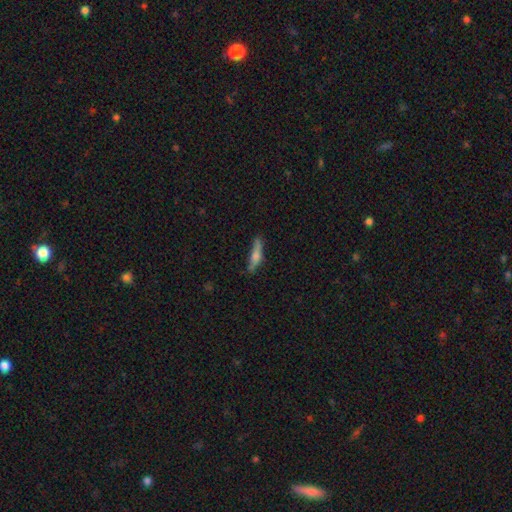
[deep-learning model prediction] Smooth or featured? featured or disk (49%)
Merging? none (72%)